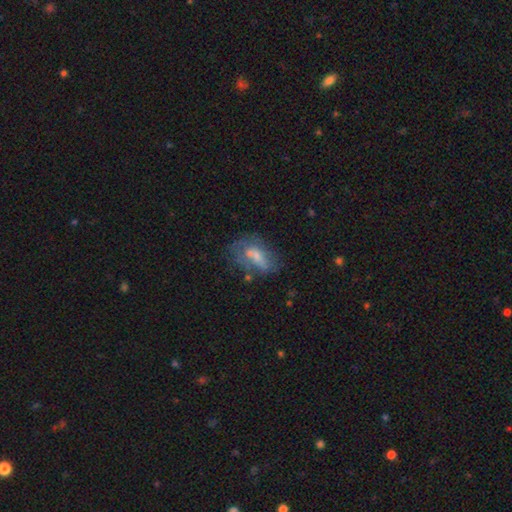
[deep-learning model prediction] This appears to be a smooth galaxy with no disk features (44%, tied with featured or disk). Merging: none (45%).